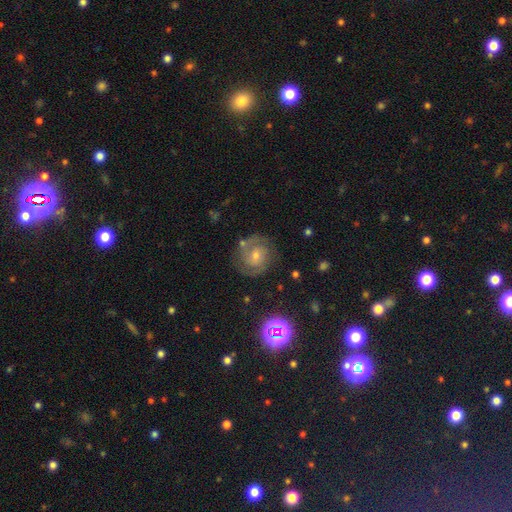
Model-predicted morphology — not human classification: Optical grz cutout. It shows a featured or disk galaxy (75%) with no bar (58%), 2 (74%) tight (57%) spiral arms (95%) and a small central bulge (56%). Merging: none (78%).